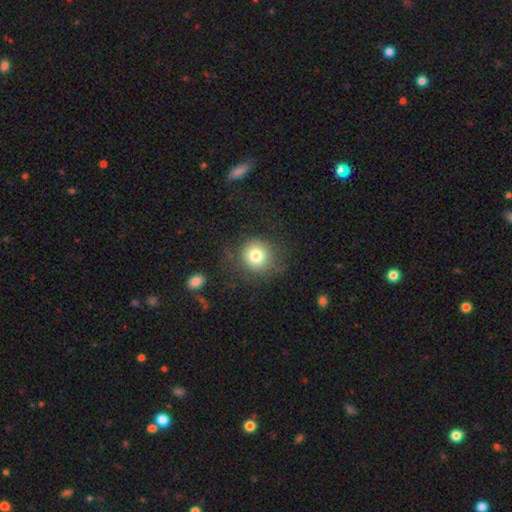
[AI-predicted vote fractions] This appears to be a smooth galaxy with no disk features (78%) that is round (90%). Merging: none (72%).